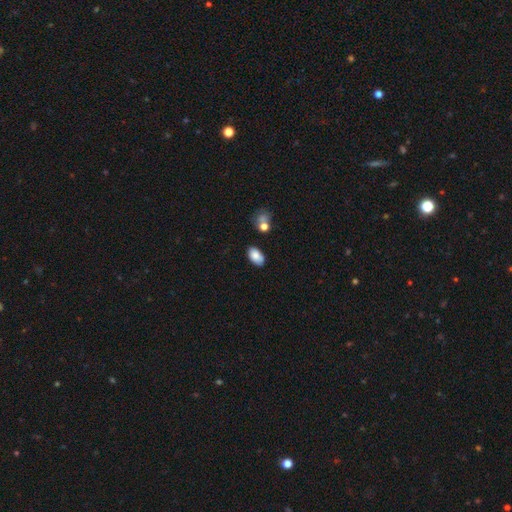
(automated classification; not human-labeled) Smooth or featured? smooth (83%)
How rounded? in between (93%)
Merging? none (75%)